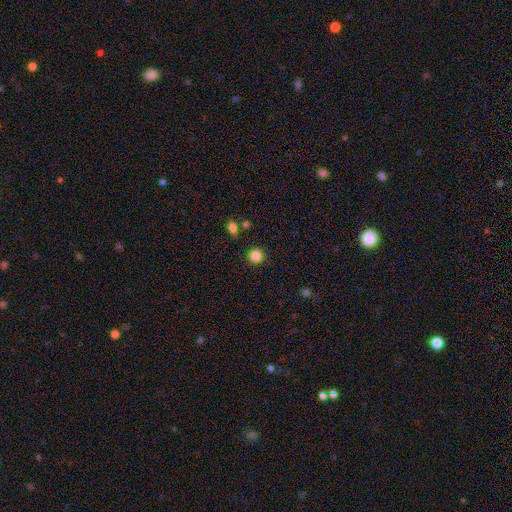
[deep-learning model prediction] Smooth or featured?
  - smooth: 84% *
  - star or artifact: 11%
  - featured or disk: 5%
How rounded?
  - round: 93% *
  - in between: 6%
  - cigar-shaped: 1%
Merging?
  - none: 90% *
  - minor disturbance: 6%
  - major disturbance: 2%
  - merger: 2%